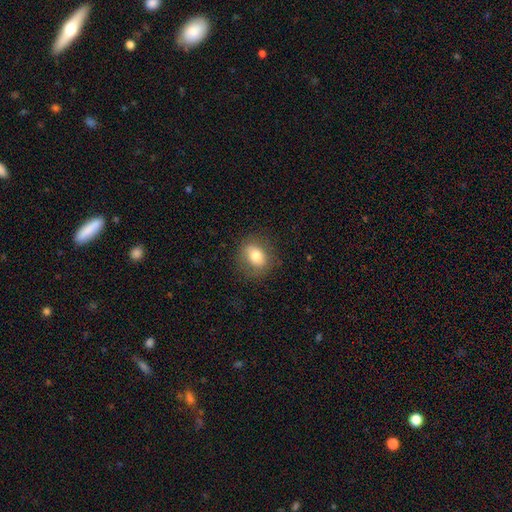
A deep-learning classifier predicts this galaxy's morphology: Smooth or featured? smooth (75%)
How rounded? round (55%)
Merging? none (79%)